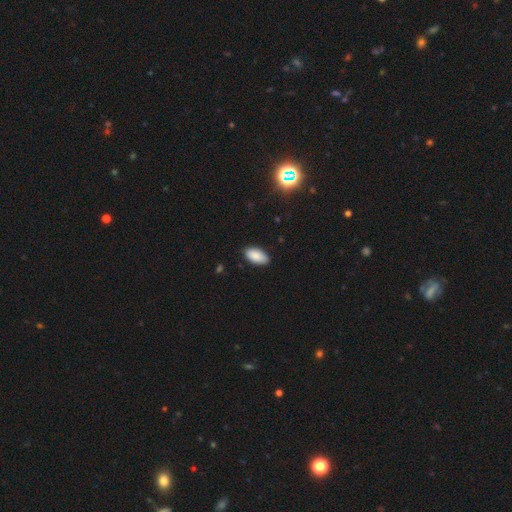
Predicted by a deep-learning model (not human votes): This is clearly a smooth galaxy (89%). How rounded: clearly in between (95%). Merging: clearly none (85%).